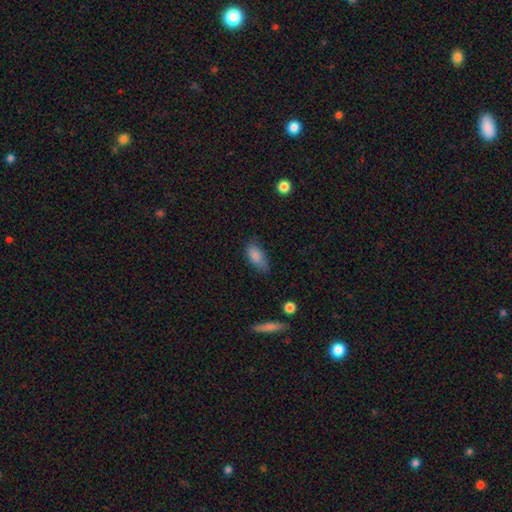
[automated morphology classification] type=smooth (83%); roundness=in between (86%); merging=none (57%).